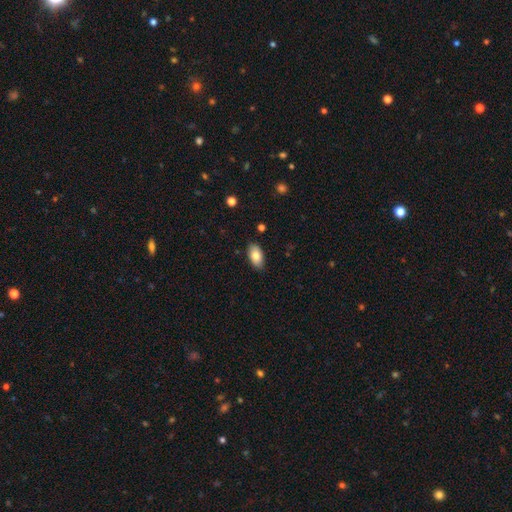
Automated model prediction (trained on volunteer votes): Smooth or featured? smooth (82%)
How rounded? in between (94%)
Merging? none (87%)